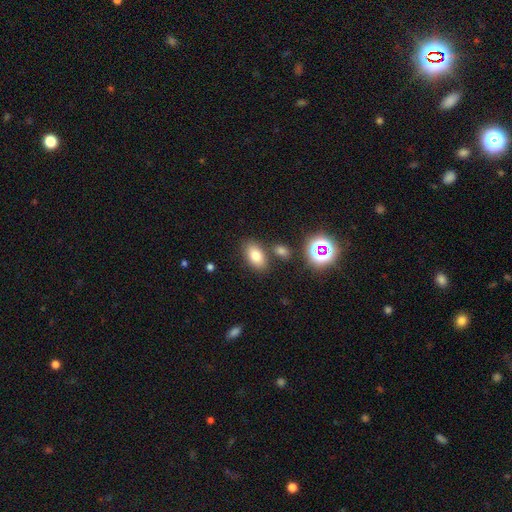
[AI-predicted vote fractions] A smooth galaxy with no disk features (78%) that is in between round and cigar-shaped (88%).

Vote fractions:
- Smooth or featured? smooth: 78% / star or artifact: 12% / featured or disk: 10%
- How rounded? in between: 88% / round: 10% / cigar-shaped: 2%
- Merging? none: 76% / minor disturbance: 11% / merger: 10% / major disturbance: 3%